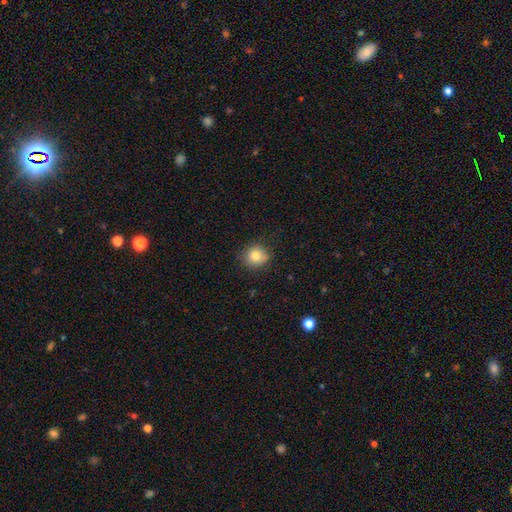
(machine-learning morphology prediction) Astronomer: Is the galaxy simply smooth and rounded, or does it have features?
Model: smooth — 81%.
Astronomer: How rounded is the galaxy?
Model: round — 83%.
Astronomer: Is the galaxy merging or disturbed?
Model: none — 83%.